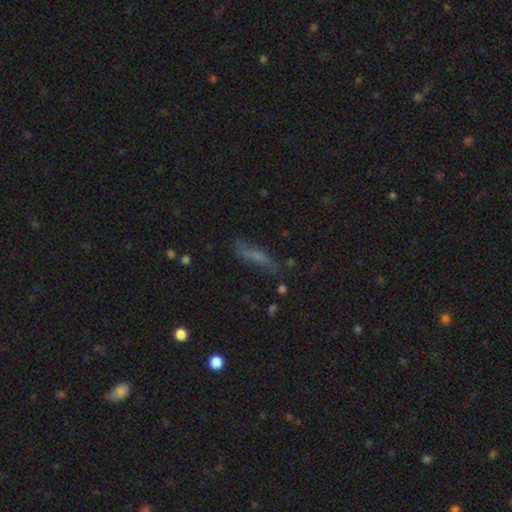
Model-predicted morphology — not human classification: Q: Smooth or featured?
A: smooth (54%); runner-up: featured or disk (31%)
Q: How rounded?
A: cigar-shaped (72%); runner-up: in between (24%)
Q: Merging?
A: none (60%); runner-up: minor disturbance (24%)